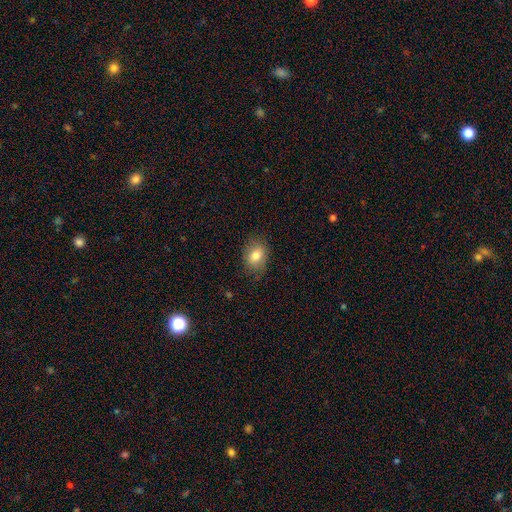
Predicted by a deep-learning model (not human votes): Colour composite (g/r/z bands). It shows a smooth galaxy with no disk features (78%) that is in between round and cigar-shaped (68%). Merging: none (79%).